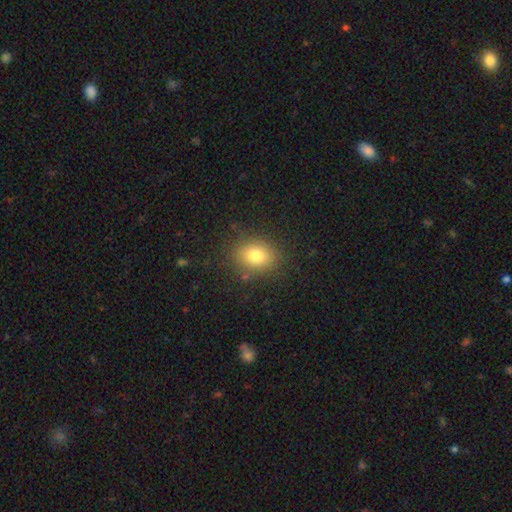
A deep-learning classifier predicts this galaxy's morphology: Smooth or featured: smooth — 79% (star or artifact — 12%)
How rounded: in between — 50% (round — 49%)
Merging: none — 84% (minor disturbance — 11%)